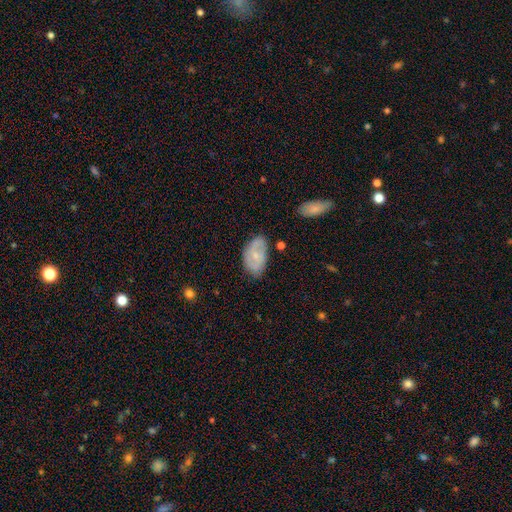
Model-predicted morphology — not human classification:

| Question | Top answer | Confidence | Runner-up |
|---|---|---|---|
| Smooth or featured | smooth | 49% | featured or disk (44%) |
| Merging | none | 67% | minor disturbance (25%) |